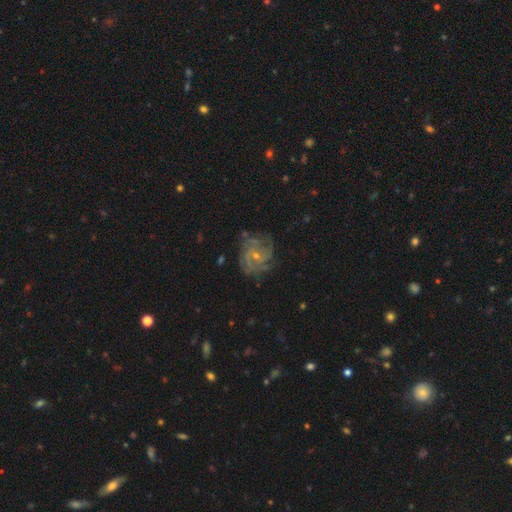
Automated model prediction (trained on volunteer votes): Overall: featured or disk (84%). Edge-on disk: no (98%). Bar: no (68%). Spiral arms: yes (94%). Spiral arm count: 3 (28%; can't tell 26%). Spiral winding: tight (56%; medium 36%). Bulge size: small (62%; moderate 34%). Merging: none (69%).